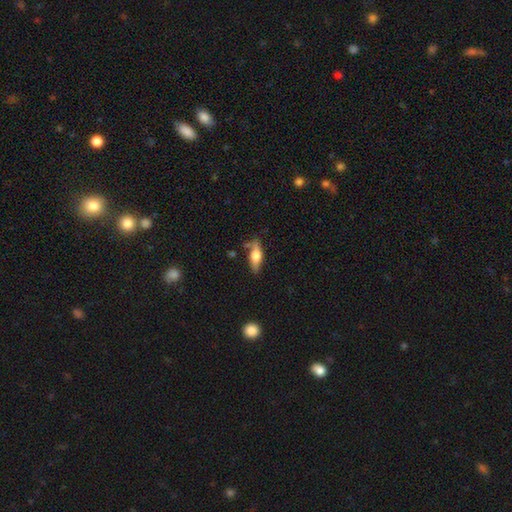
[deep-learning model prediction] Smooth or featured? smooth (51%)
How rounded? in between (60%)
Merging? none (68%)